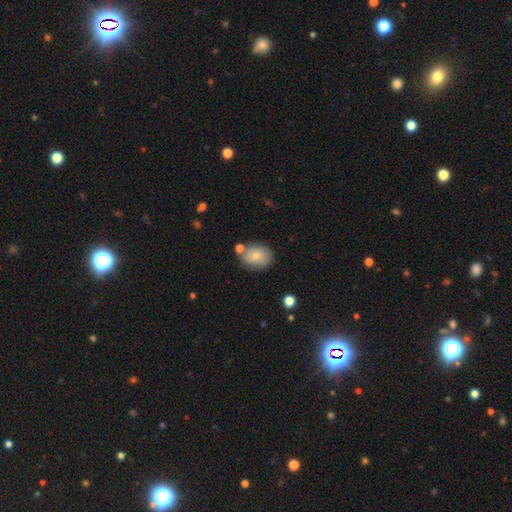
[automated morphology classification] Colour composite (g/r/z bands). It shows a smooth galaxy with no disk features (78%) that is in between round and cigar-shaped (70%). Merging: none (69%).